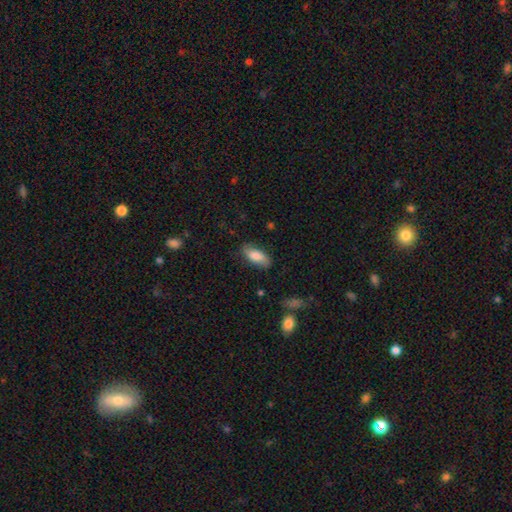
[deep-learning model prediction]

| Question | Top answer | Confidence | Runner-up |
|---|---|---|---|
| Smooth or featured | smooth | 77% | featured or disk (17%) |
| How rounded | in between | 85% | cigar-shaped (13%) |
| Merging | none | 79% | minor disturbance (16%) |